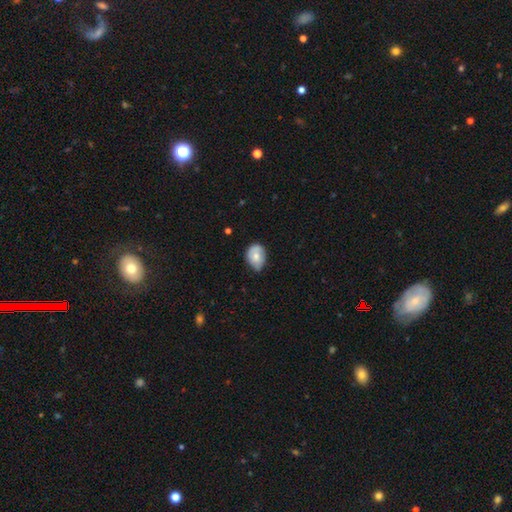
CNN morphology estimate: Smooth or featured? smooth (68%)
How rounded? in between (66%)
Merging? none (51%)